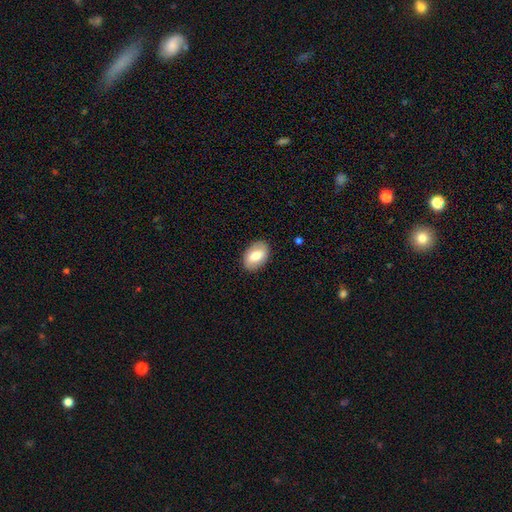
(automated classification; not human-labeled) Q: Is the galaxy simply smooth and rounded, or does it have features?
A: smooth — 72%.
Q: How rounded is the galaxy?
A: in between — 89%.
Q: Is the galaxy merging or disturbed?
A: none — 86%.